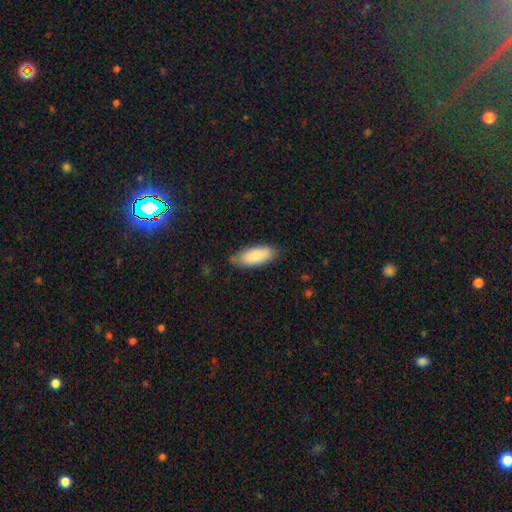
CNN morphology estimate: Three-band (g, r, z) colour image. It shows a smooth galaxy with no disk features (87%) that is in between round and cigar-shaped (82%). Merging: none (75%).